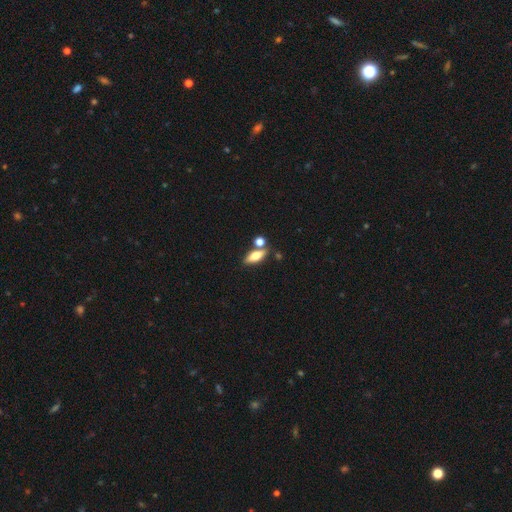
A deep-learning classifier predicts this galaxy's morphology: A smooth galaxy with no disk features (64%) that is in between round and cigar-shaped (69%). Merging: none (67%).